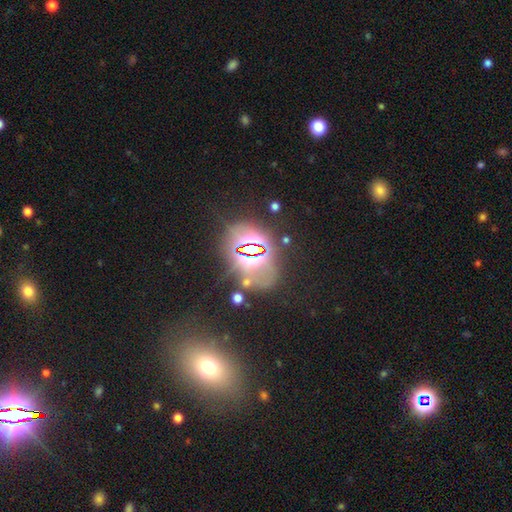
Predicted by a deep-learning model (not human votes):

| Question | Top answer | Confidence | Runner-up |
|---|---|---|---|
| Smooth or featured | star or artifact | 63% | featured or disk (19%) |